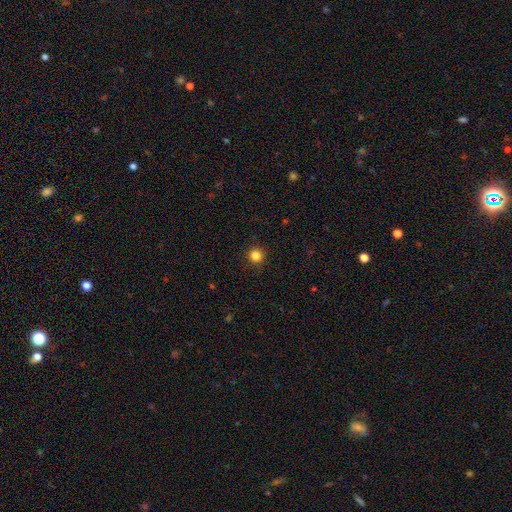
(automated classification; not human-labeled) Morphology: type=smooth (84%); roundness=round (95%); merging=none (92%).